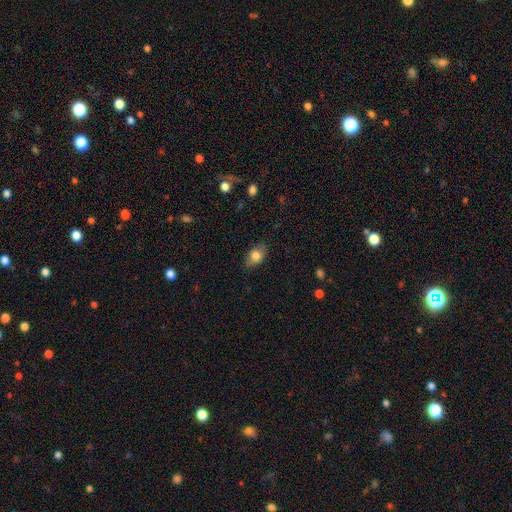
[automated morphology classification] Overall: smooth (78%). How rounded: in between (82%). Merging: none (79%).